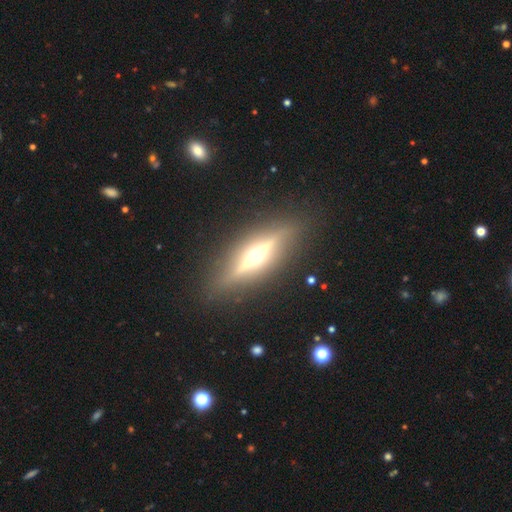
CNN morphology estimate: The model was most divided on "smooth or featured": featured or disk: 79%, smooth: 14%, star or artifact: 7%. More confident: edge-on disk — yes (96%); edge-on bulge — rounded (94%); merging — none (88%).